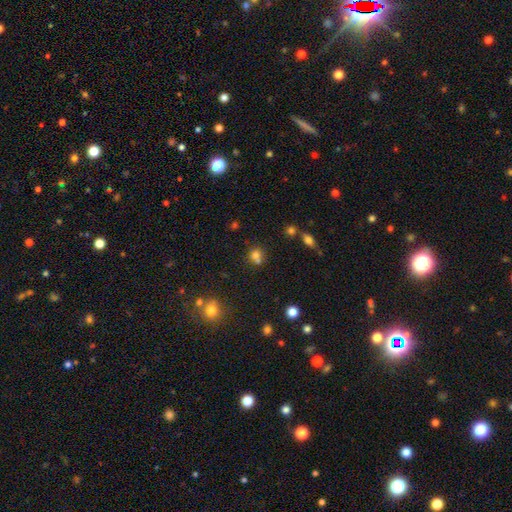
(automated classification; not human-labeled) This is likely a smooth galaxy (71%). How rounded: clearly round (84%). Merging: possibly none (49%).